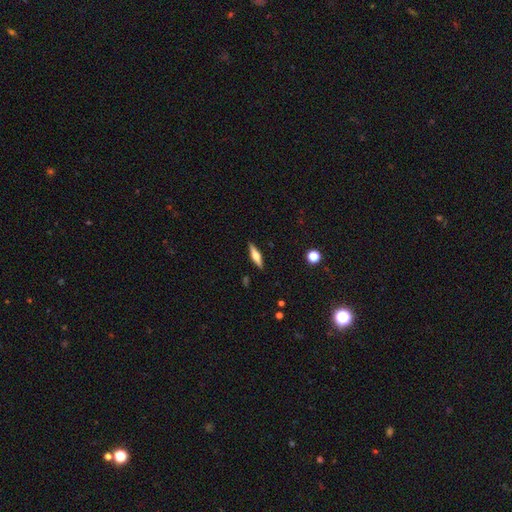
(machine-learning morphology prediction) smooth_or_featured: featured or disk (p=0.56) [alt: smooth p=0.38]
disk_edge_on: yes (p=0.96) [alt: no p=0.04]
edge_on_bulge: rounded (p=0.90) [alt: boxy p=0.07]
merging: none (p=0.90) [alt: minor disturbance p=0.07]